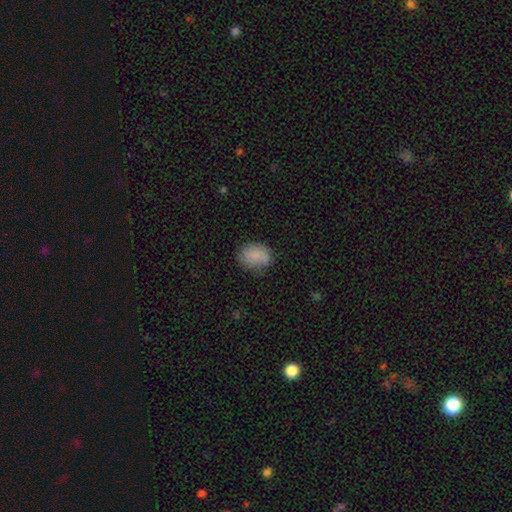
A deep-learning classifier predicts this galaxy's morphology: This is clearly a smooth galaxy (83%). How rounded: possibly in between (59%). Merging: likely none (71%).